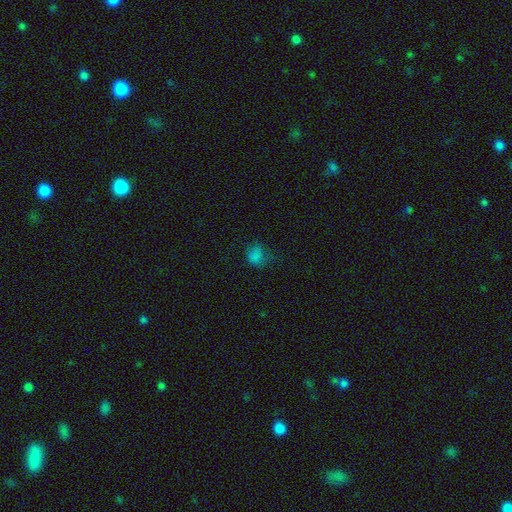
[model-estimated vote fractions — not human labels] This is likely a smooth galaxy (71%). How rounded: possibly round (52%). Merging: possibly none (52%).